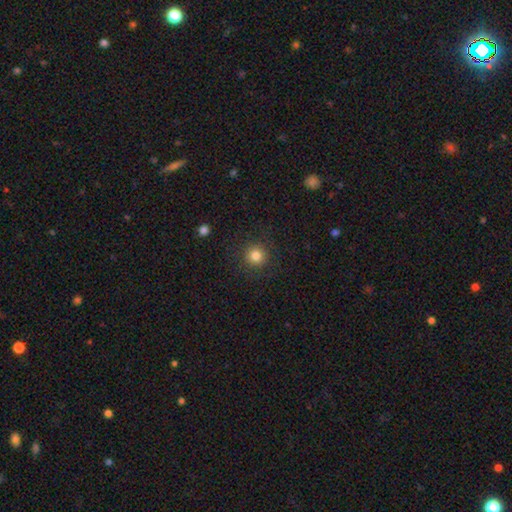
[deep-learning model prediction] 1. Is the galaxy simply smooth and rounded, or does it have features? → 82% smooth, 12% star or artifact, 6% featured or disk.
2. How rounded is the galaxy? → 95% round, 4% in between, 1% cigar-shaped.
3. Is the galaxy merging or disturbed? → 90% none, 6% minor disturbance, 3% major disturbance, 1% merger.